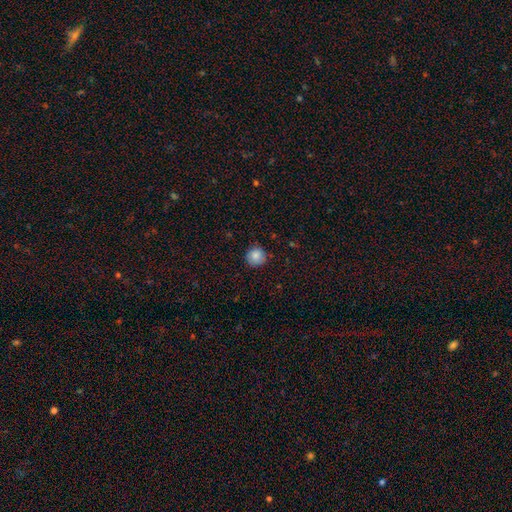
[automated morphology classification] A smooth galaxy with no disk features (85%) that is round (93%). Merging: none (84%).